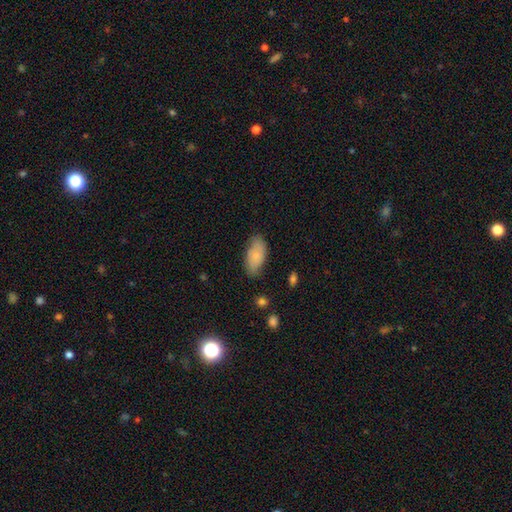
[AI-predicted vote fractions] smooth-or-featured: smooth: 78% | featured or disk: 15% | star or artifact: 7%
  how-rounded: in between: 92% | cigar-shaped: 6% | round: 3%
  merging: none: 74% | minor disturbance: 20% | major disturbance: 4% | merger: 2%